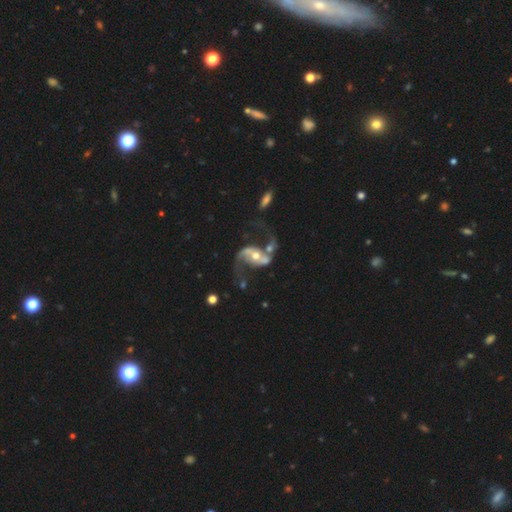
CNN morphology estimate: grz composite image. It shows a featured or disk galaxy (88%) with no bar (43%), 2 (92%) loose (72%) spiral arms (95%) and a moderate central bulge (65%). Merging: none (43%).